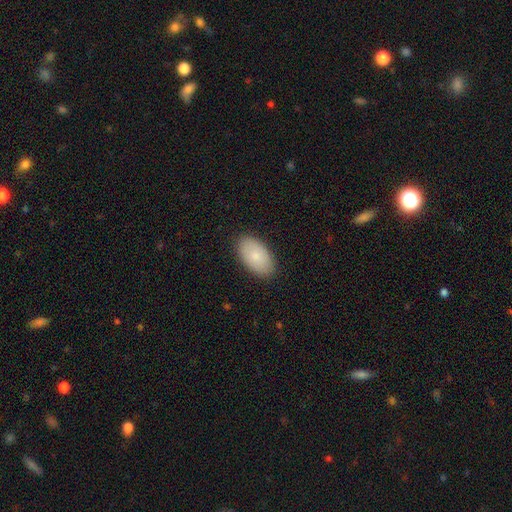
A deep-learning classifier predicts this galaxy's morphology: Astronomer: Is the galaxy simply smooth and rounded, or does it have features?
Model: smooth — 84%.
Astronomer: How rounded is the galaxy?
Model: in between — 96%.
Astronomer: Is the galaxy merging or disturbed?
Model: none — 88%.